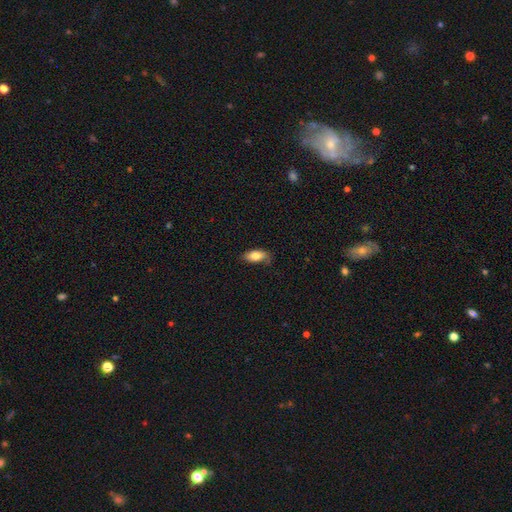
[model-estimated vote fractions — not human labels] Smooth or featured? smooth (78%)
How rounded? in between (87%)
Merging? none (65%)